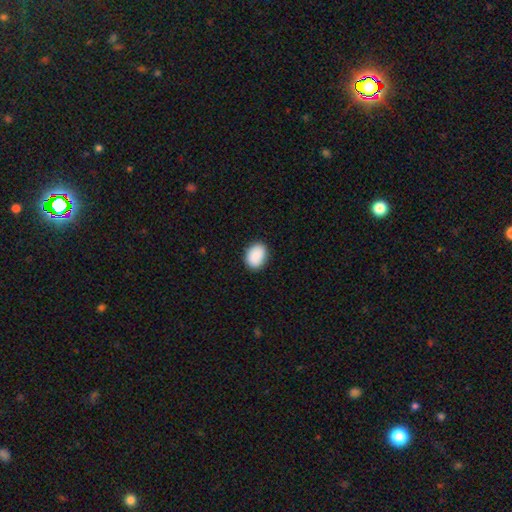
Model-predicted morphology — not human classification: This is clearly a smooth galaxy (90%). How rounded: likely in between (69%). Merging: clearly none (88%).